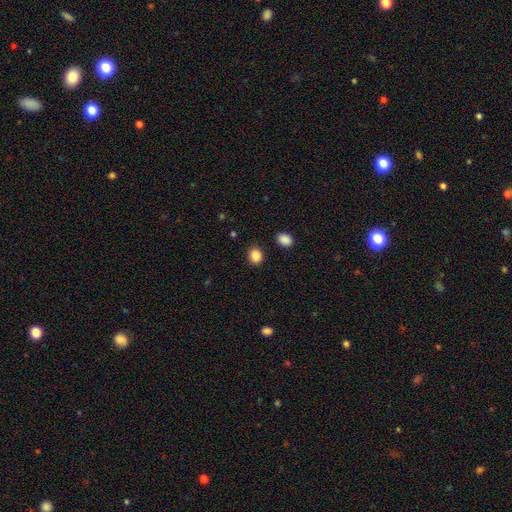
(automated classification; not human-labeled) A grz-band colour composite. It shows a smooth galaxy with no disk features (87%) that is round (61%). Merging: none (87%).